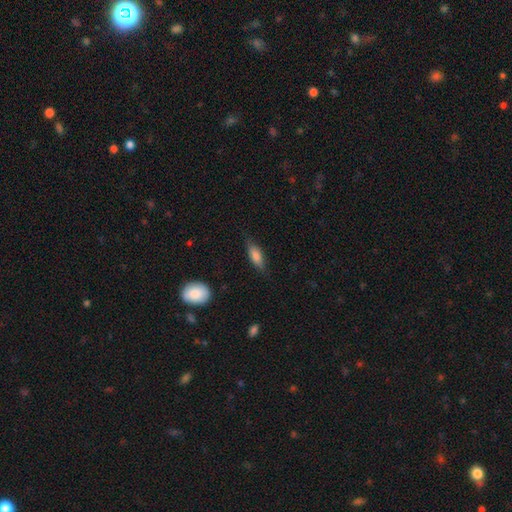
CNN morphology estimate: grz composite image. It shows a smooth galaxy with no disk features (75%) that is in between round and cigar-shaped (62%). Merging: none (74%).